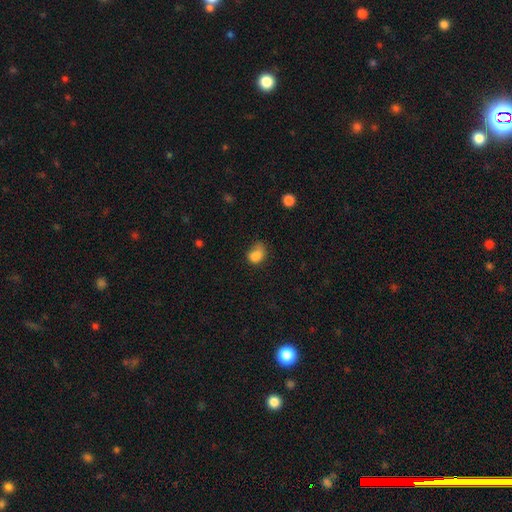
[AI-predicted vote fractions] This is likely a smooth galaxy (80%). How rounded: likely in between (62%). Merging: marginally none (33%).